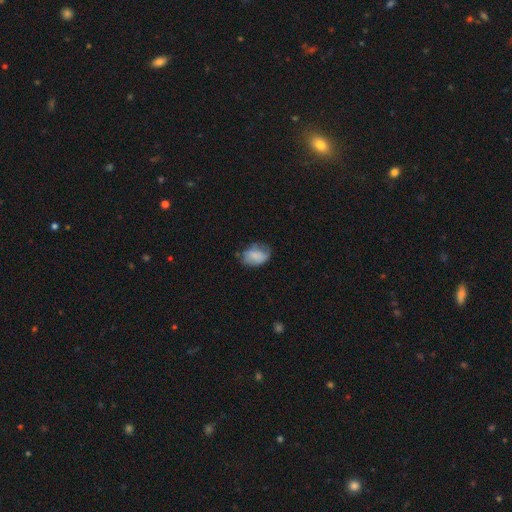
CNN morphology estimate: This is likely a smooth galaxy (75%). How rounded: clearly in between (83%). Merging: possibly none (52%).